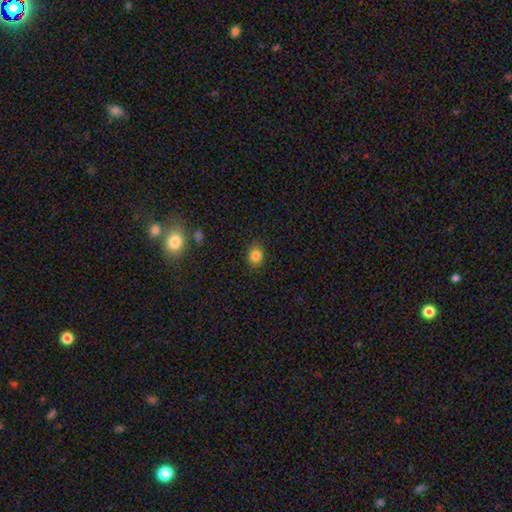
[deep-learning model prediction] smooth-or-featured: smooth: 83% | star or artifact: 12% | featured or disk: 5%
  how-rounded: round: 53% | in between: 46% | cigar-shaped: 1%
  merging: none: 85% | minor disturbance: 11% | major disturbance: 3% | merger: 1%